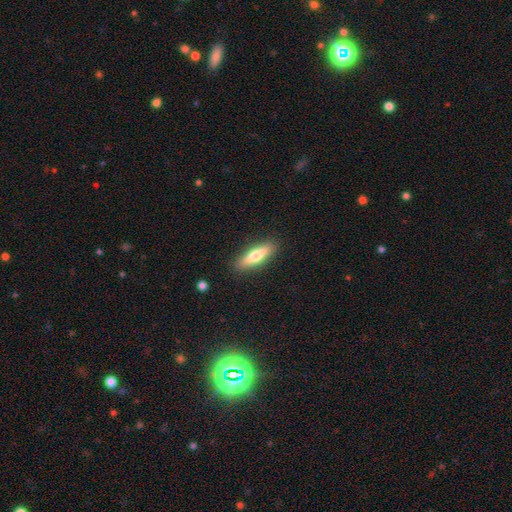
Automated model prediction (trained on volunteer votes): The model was most divided on "smooth or featured": smooth: 60%, featured or disk: 34%, star or artifact: 6%. More confident: merging — none (89%); how rounded — cigar-shaped (66%).